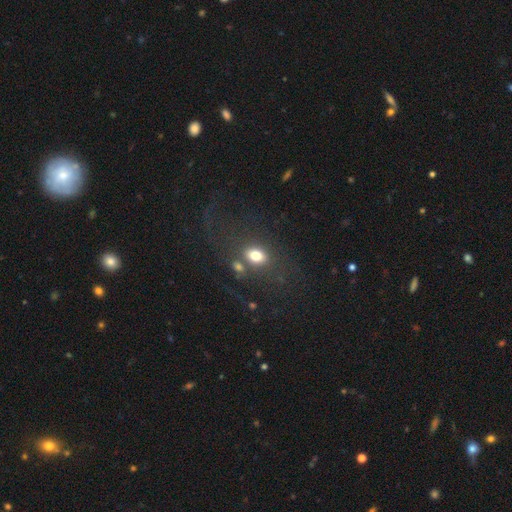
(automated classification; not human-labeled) smooth 75%, featured or disk 13%, star or artifact 12%. Down the decision tree: how rounded — in between (72%); merging — none (61%).